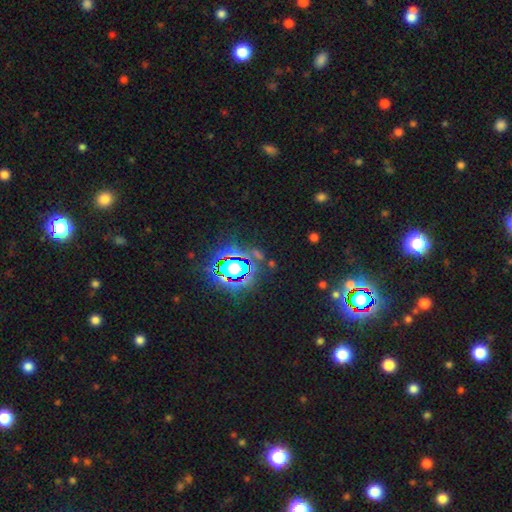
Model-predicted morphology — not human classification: Smooth or featured?
  - star or artifact: 76% *
  - smooth: 16%
  - featured or disk: 9%